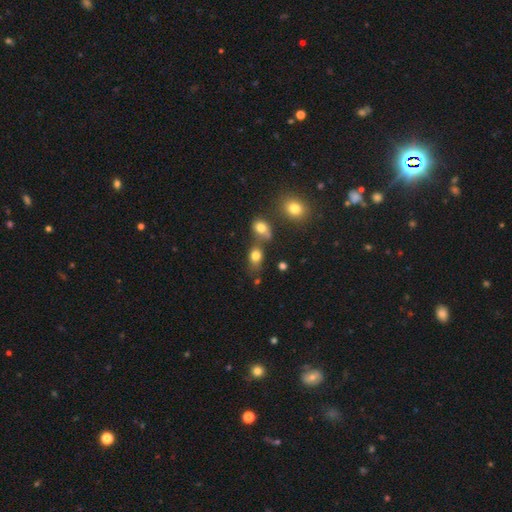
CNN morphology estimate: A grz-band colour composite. It shows a smooth galaxy with no disk features (78%) that is in between round and cigar-shaped (65%). Merging: none (51%).